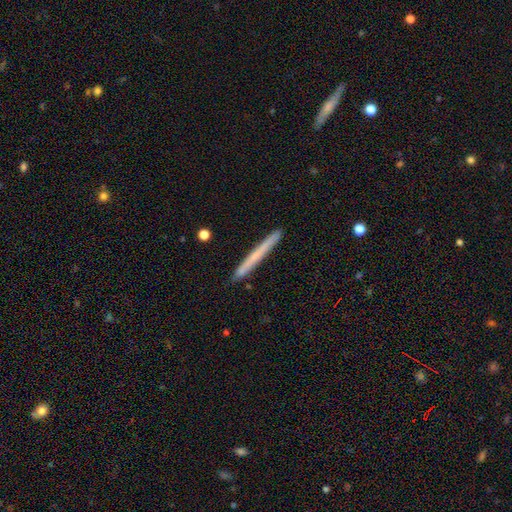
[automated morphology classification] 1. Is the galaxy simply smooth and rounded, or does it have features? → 59% smooth, 35% featured or disk, 6% star or artifact.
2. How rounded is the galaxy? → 97% cigar-shaped, 1% in between, 1% round.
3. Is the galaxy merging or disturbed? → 92% none, 6% minor disturbance, 1% major disturbance, 1% merger.